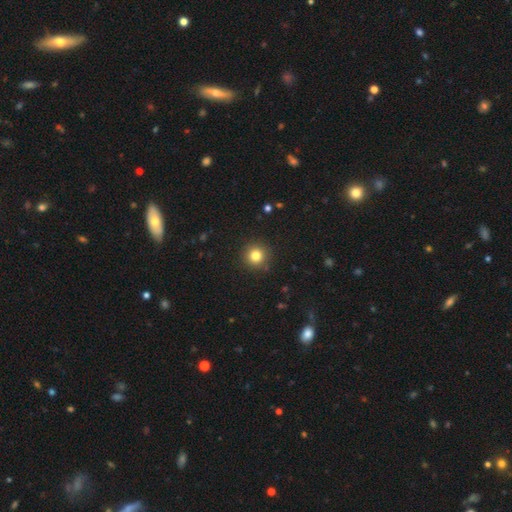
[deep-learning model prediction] Smooth or featured? smooth (81%)
How rounded? round (95%)
Merging? none (91%)